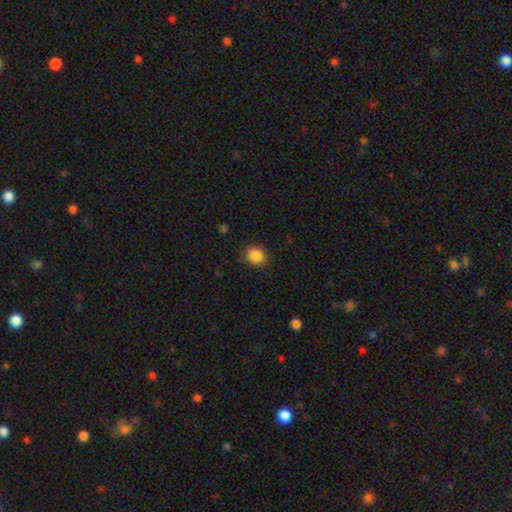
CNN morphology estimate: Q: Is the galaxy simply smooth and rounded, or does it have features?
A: smooth — 87%.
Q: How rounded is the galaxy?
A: round — 75%.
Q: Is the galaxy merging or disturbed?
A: none — 87%.